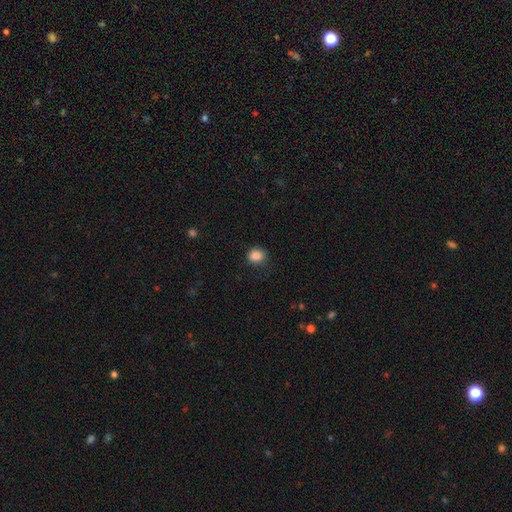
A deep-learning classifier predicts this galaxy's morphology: A smooth galaxy with no disk features (87%) that is round (74%). Merging: none (83%).